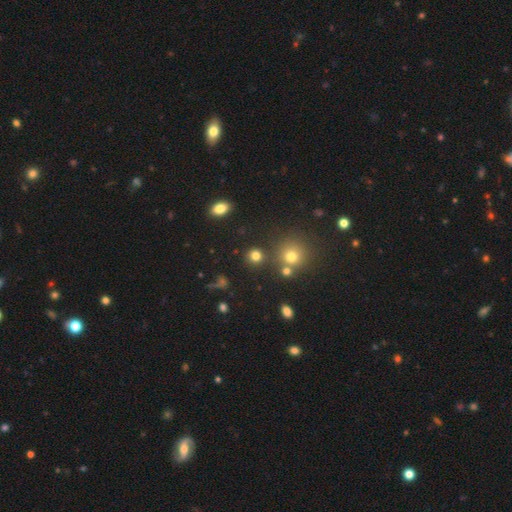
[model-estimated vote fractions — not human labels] smooth 78%, star or artifact 16%, featured or disk 6%. Down the decision tree: how rounded — round (89%); merging — none (82%).